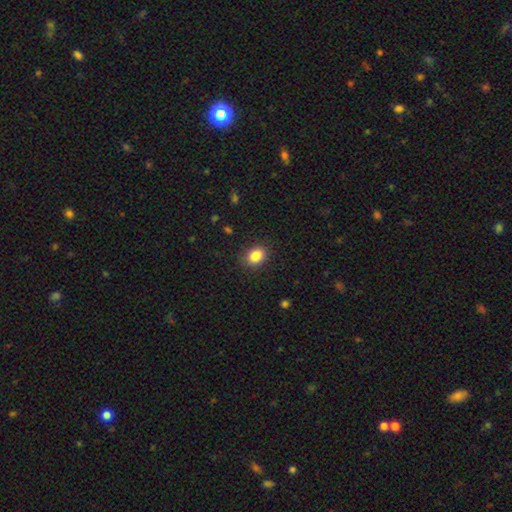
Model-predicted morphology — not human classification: smooth_or_featured: smooth (p=0.86) [alt: star or artifact p=0.09]
how_rounded: in between (p=0.56) [alt: round p=0.43]
merging: none (p=0.86) [alt: minor disturbance p=0.10]